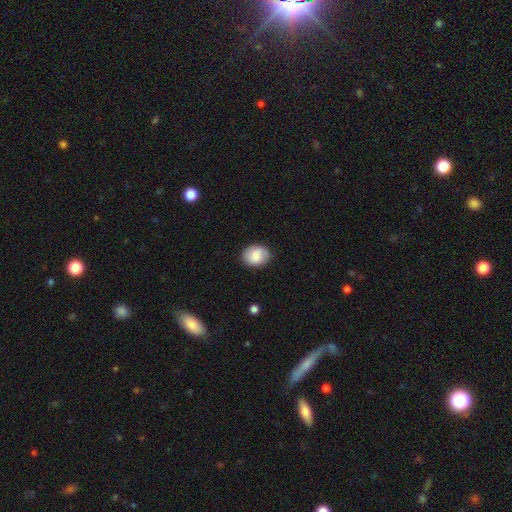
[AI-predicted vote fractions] The model was most divided on "how rounded": in between: 51%, round: 48%, cigar-shaped: 1%. More confident: merging — none (83%); smooth or featured — smooth (80%).